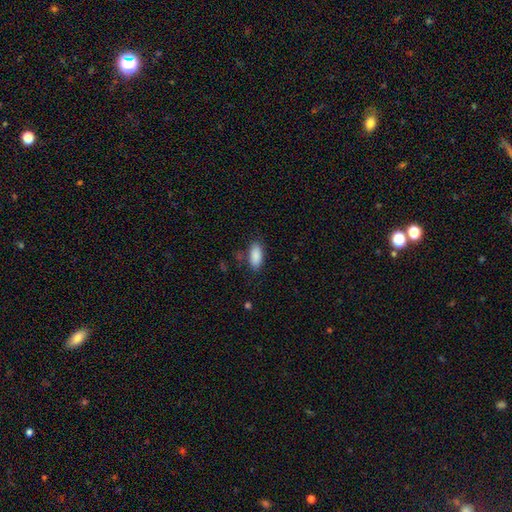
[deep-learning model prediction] Q: Smooth or featured?
A: smooth (89%); runner-up: star or artifact (7%)
Q: How rounded?
A: in between (89%); runner-up: cigar-shaped (9%)
Q: Merging?
A: none (79%); runner-up: minor disturbance (14%)